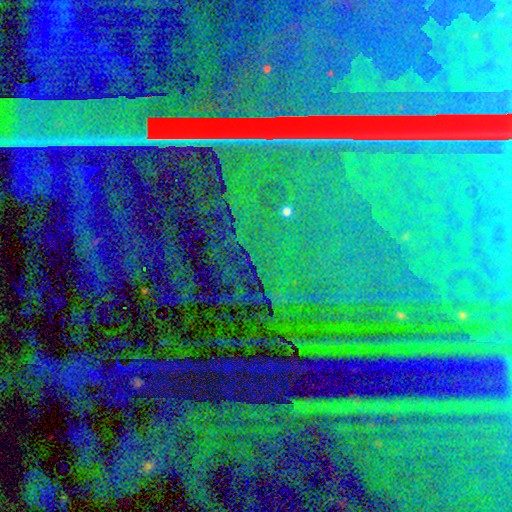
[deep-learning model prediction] The model was most divided on "smooth or featured": star or artifact: 88%, featured or disk: 7%, smooth: 5%.